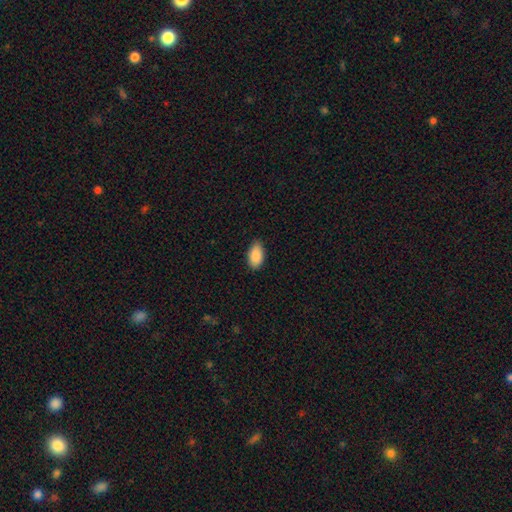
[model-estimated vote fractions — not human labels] This is clearly a smooth galaxy (89%). How rounded: clearly in between (94%). Merging: clearly none (84%).